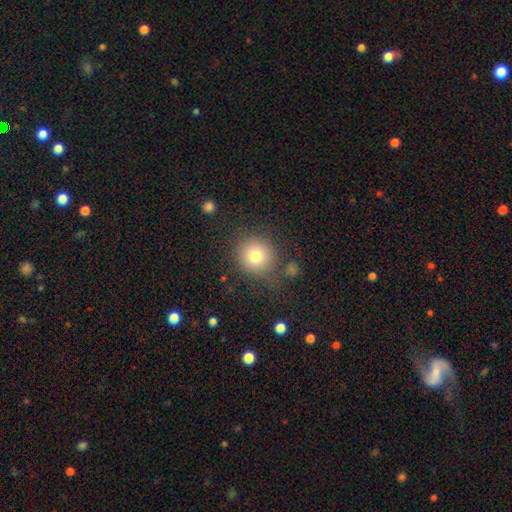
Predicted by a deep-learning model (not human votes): The model was most divided on "smooth or featured": smooth: 77%, star or artifact: 12%, featured or disk: 11%. More confident: how rounded — round (92%); merging — none (77%).